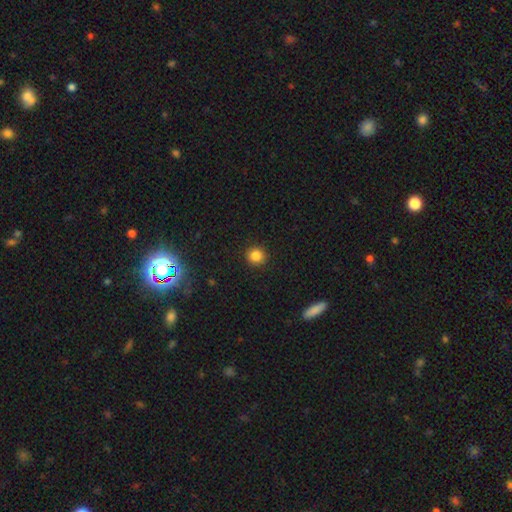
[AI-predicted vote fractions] smooth_or_featured: smooth (p=0.84) [alt: star or artifact p=0.12]
how_rounded: round (p=0.93) [alt: in between p=0.06]
merging: none (p=0.92) [alt: minor disturbance p=0.05]